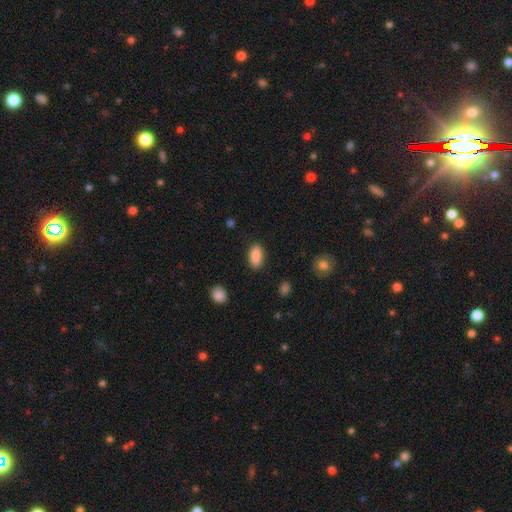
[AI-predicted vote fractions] smooth 89%, star or artifact 7%, featured or disk 4%. Down the decision tree: how rounded — in between (91%); merging — none (86%).